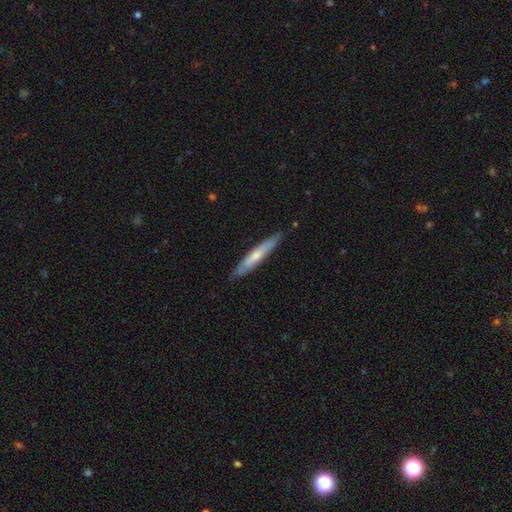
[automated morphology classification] A smooth galaxy with no disk features (52%) that is cigar-shaped (93%).

Vote fractions:
- Smooth or featured? smooth: 52% / featured or disk: 43% / star or artifact: 5%
- How rounded? cigar-shaped: 93% / in between: 6% / round: 1%
- Merging? none: 84% / minor disturbance: 13% / major disturbance: 2% / merger: 1%